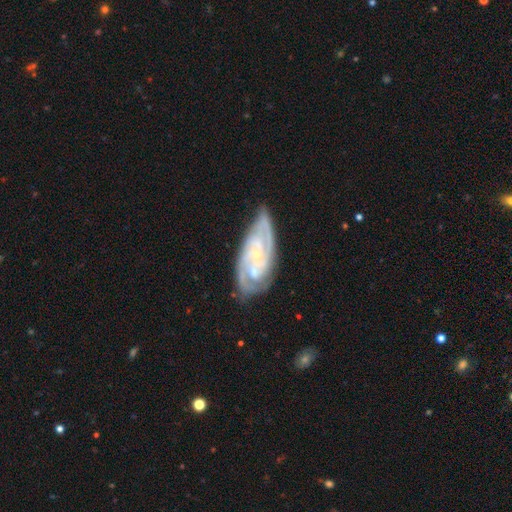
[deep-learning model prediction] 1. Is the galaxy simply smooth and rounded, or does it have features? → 86% featured or disk, 8% smooth, 6% star or artifact.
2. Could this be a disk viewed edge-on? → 94% no, 6% yes.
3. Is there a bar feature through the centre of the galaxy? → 58% no, 32% weak, 10% strong.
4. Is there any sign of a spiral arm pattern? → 97% yes, 3% no.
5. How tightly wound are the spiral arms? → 64% tight, 31% medium, 5% loose.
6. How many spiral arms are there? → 34% 3, 30% 2, 15% can't tell, 11% 4, 5% more than 4, 5% 1.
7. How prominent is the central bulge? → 74% small, 21% moderate, 3% none, 1% large, 1% dominant.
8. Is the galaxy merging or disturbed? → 73% none, 19% minor disturbance, 5% major disturbance, 3% merger.